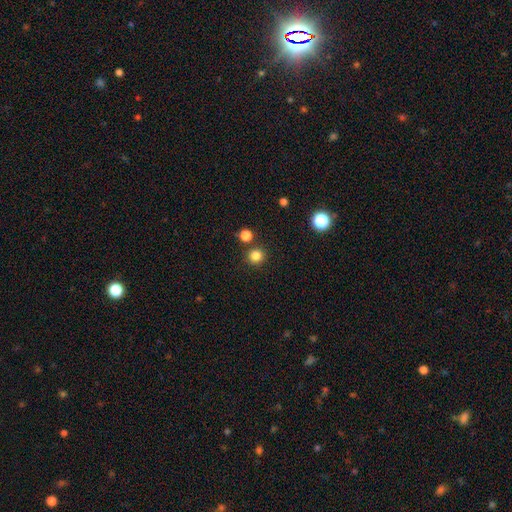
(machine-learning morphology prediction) smooth_or_featured: smooth (p=0.83) [alt: star or artifact p=0.14]
how_rounded: round (p=0.93) [alt: in between p=0.06]
merging: none (p=0.87) [alt: minor disturbance p=0.06]